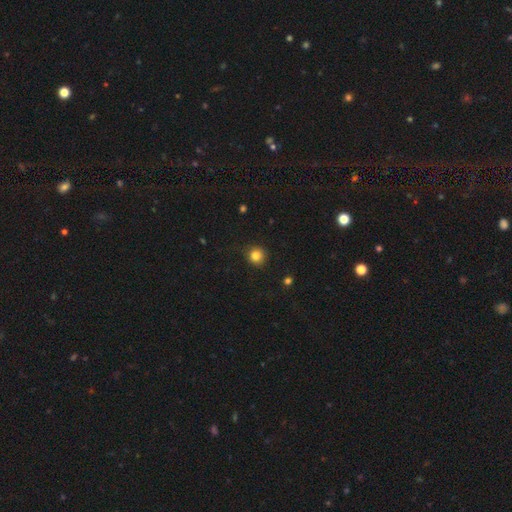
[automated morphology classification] smooth-or-featured: smooth: 83% | star or artifact: 12% | featured or disk: 5%
  how-rounded: round: 92% | in between: 7% | cigar-shaped: 1%
  merging: none: 86% | minor disturbance: 10% | major disturbance: 2% | merger: 1%